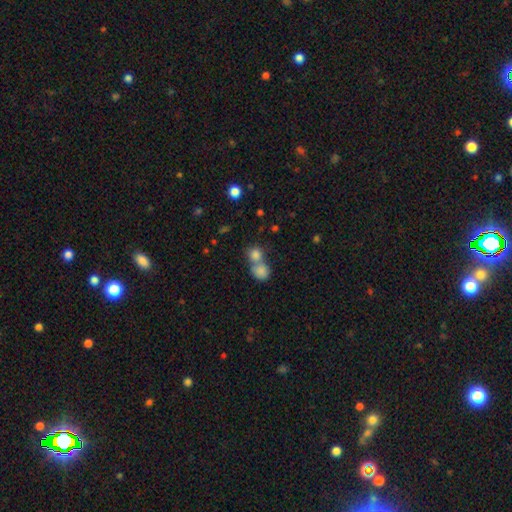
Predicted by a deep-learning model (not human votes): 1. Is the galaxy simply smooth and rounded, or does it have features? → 80% smooth, 12% star or artifact, 8% featured or disk.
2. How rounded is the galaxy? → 80% round, 19% in between, 1% cigar-shaped.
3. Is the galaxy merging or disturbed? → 56% merger, 36% none, 6% minor disturbance, 3% major disturbance.